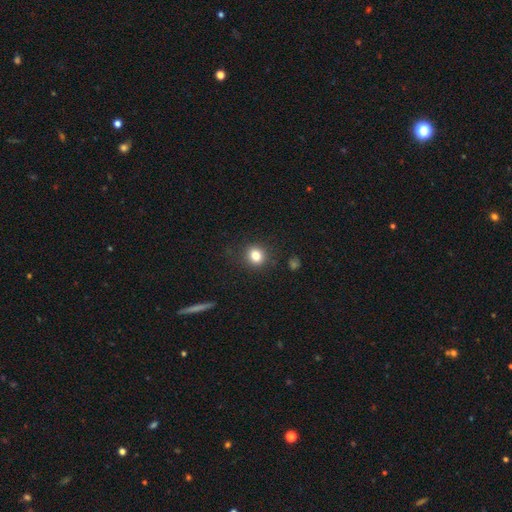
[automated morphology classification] This appears to be a smooth galaxy with no disk features (82%) that is round (74%). Merging: none (87%).